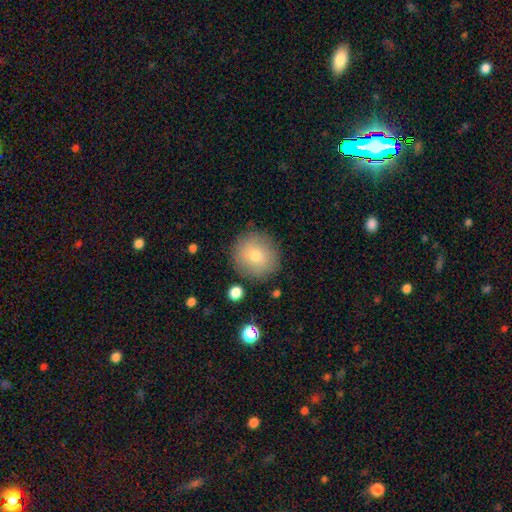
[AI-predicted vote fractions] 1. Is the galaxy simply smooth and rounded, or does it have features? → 76% smooth, 14% featured or disk, 10% star or artifact.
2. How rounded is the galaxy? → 91% round, 8% in between, 1% cigar-shaped.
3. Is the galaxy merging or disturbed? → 87% none, 8% minor disturbance, 3% major disturbance, 2% merger.